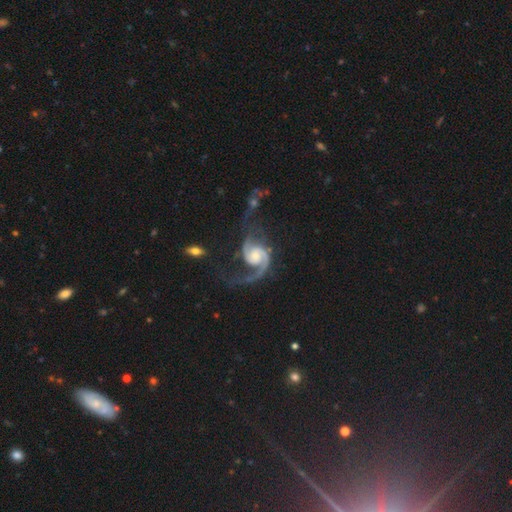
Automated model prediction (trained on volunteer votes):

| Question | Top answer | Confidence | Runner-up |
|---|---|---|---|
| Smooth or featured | featured or disk | 92% | star or artifact (4%) |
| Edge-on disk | no | 98% | yes (2%) |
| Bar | no | 60% | weak (33%) |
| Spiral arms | yes | 98% | no (2%) |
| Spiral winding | medium | 48% | loose (36%) |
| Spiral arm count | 2 | 86% | 1 (8%) |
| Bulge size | moderate | 36% | small (30%) |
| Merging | none | 46% | major disturbance (30%) |